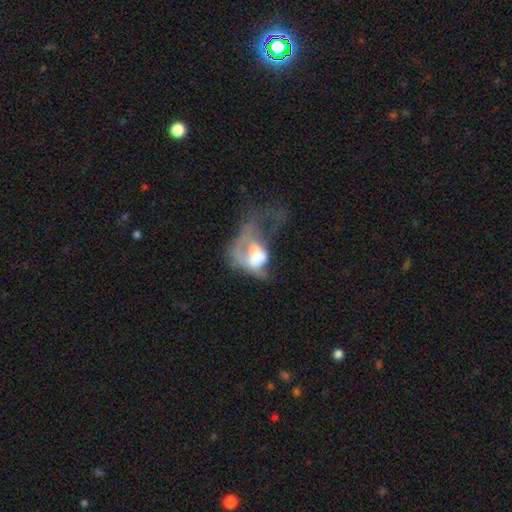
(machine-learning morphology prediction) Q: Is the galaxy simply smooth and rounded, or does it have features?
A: featured or disk — 51%.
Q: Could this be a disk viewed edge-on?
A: no — 95%.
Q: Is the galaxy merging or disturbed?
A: major disturbance — 58%.